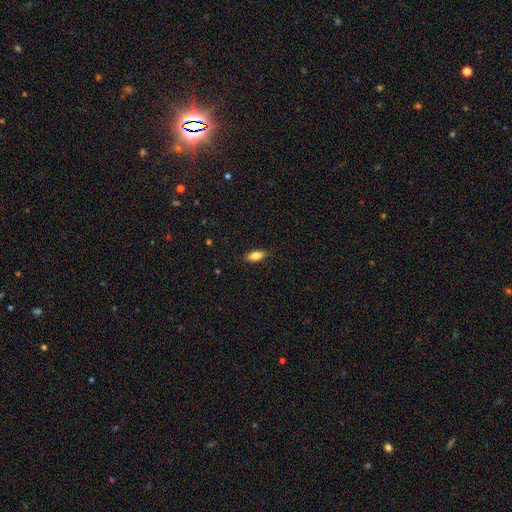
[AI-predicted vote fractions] Smooth or featured: smooth — 83% (featured or disk — 10%)
How rounded: in between — 84% (cigar-shaped — 14%)
Merging: none — 88% (minor disturbance — 9%)